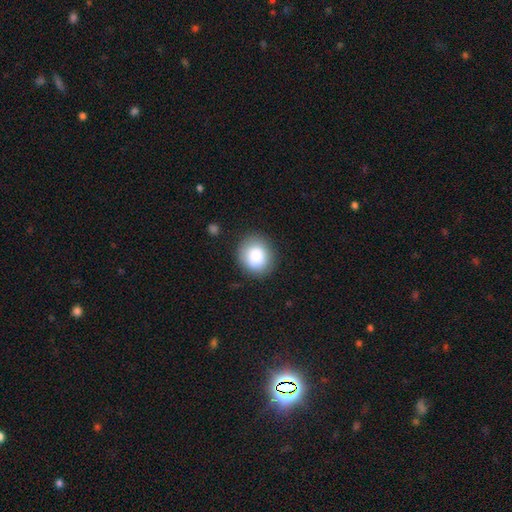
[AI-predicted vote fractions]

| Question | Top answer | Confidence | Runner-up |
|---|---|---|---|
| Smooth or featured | smooth | 82% | featured or disk (10%) |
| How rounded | round | 78% | in between (21%) |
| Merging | none | 84% | minor disturbance (11%) |